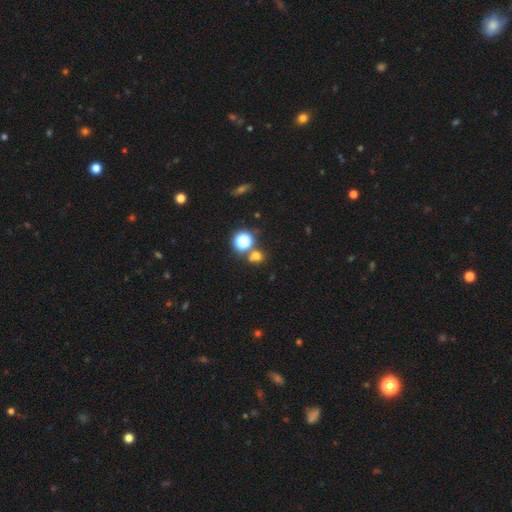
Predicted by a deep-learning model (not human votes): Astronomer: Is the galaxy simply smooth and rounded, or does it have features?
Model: smooth — 63%.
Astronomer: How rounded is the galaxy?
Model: round — 77%.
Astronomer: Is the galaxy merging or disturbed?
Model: none — 68%.